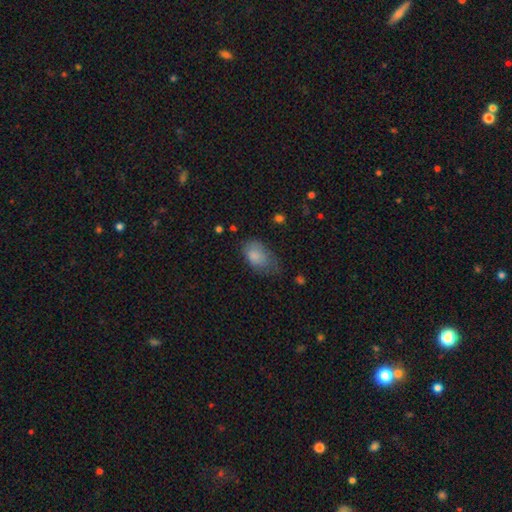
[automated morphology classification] Q: Smooth or featured?
A: smooth (81%); runner-up: featured or disk (11%)
Q: How rounded?
A: in between (90%); runner-up: round (8%)
Q: Merging?
A: none (38%); tied with: minor disturbance (38%)